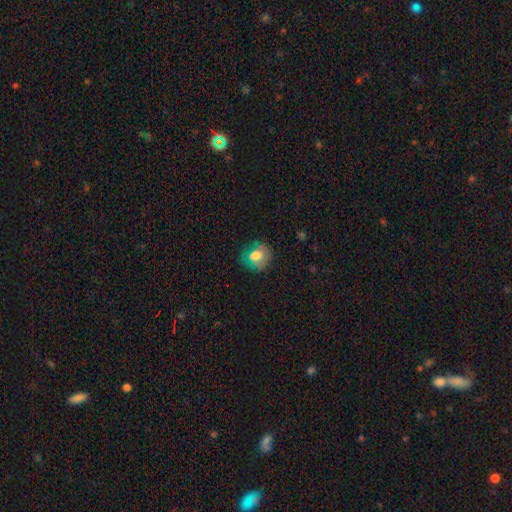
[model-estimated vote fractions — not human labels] Smooth or featured: smooth — 69% (featured or disk — 20%)
How rounded: round — 69% (in between — 30%)
Merging: none — 67% (minor disturbance — 22%)